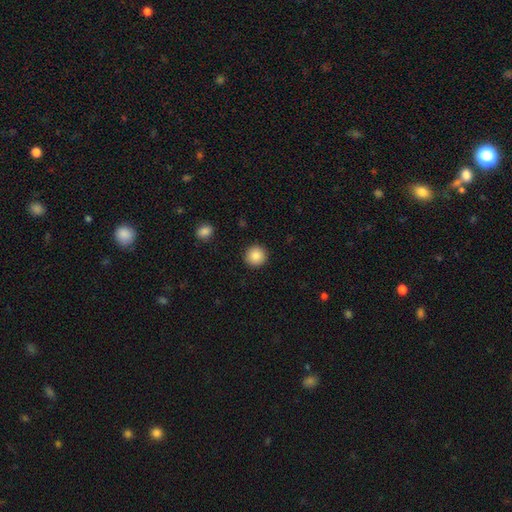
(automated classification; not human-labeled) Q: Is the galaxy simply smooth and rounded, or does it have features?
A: smooth — 88%.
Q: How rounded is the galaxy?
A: round — 95%.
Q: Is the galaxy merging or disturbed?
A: none — 92%.